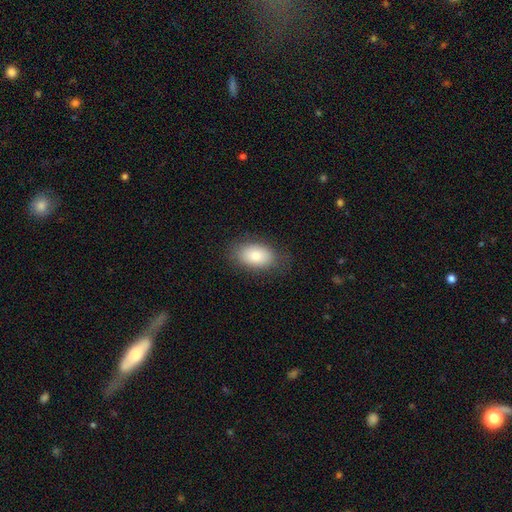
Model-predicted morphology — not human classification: Q: Smooth or featured?
A: smooth (80%); runner-up: featured or disk (12%)
Q: How rounded?
A: in between (89%); runner-up: round (10%)
Q: Merging?
A: none (81%); runner-up: minor disturbance (14%)